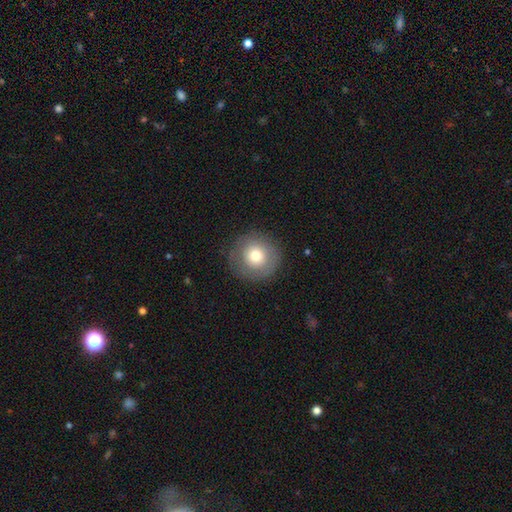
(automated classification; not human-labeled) Smooth or featured? smooth (73%)
How rounded? round (95%)
Merging? none (86%)